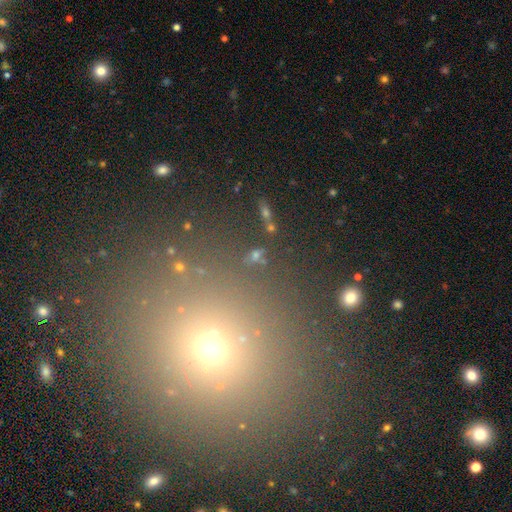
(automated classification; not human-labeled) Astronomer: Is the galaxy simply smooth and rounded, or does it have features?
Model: star or artifact — 45% (runner-up: smooth, 44%).